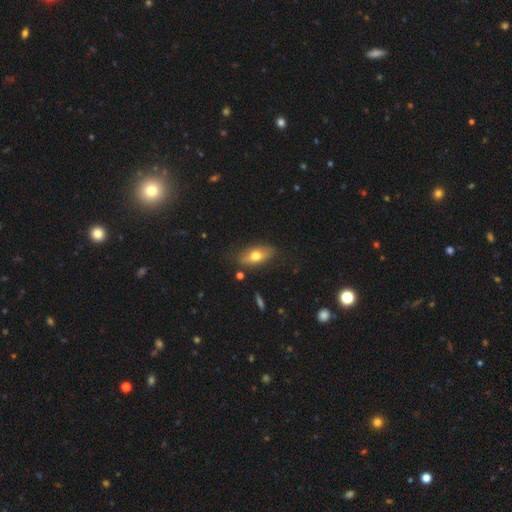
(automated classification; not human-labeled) smooth-or-featured: smooth: 66% | featured or disk: 27% | star or artifact: 7%
  how-rounded: in between: 83% | cigar-shaped: 12% | round: 5%
  merging: none: 80% | minor disturbance: 14% | major disturbance: 3% | merger: 2%